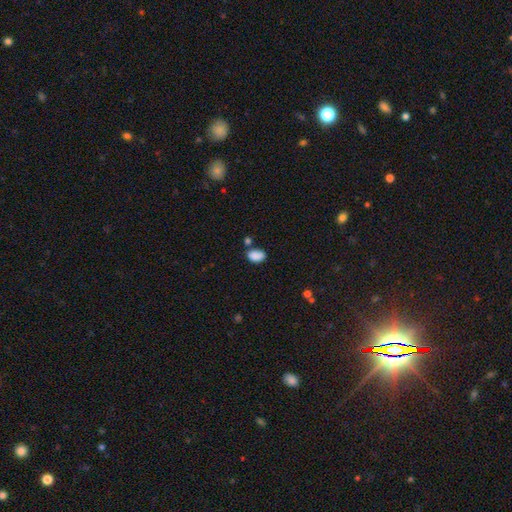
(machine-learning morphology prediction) type=smooth (87%); roundness=in between (85%); merging=none (62%).